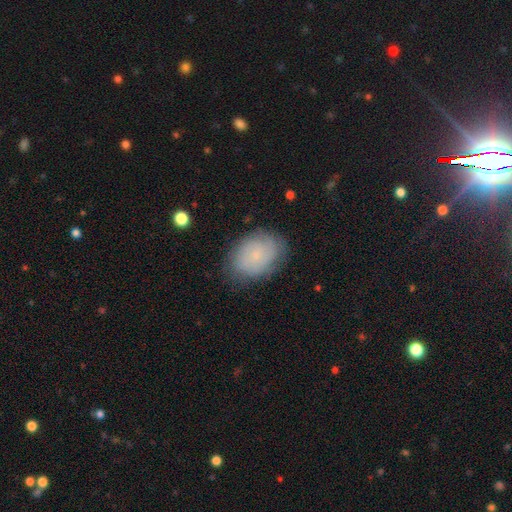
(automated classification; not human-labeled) smooth-or-featured: smooth: 59% | featured or disk: 32% | star or artifact: 9%
  how-rounded: in between: 77% | round: 22% | cigar-shaped: 1%
  merging: none: 76% | minor disturbance: 18% | major disturbance: 5% | merger: 1%